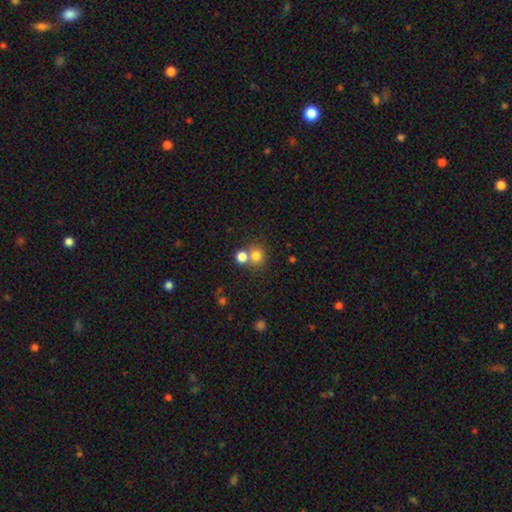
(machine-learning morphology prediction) type=smooth (79%); roundness=round (84%); merging=none (54%).